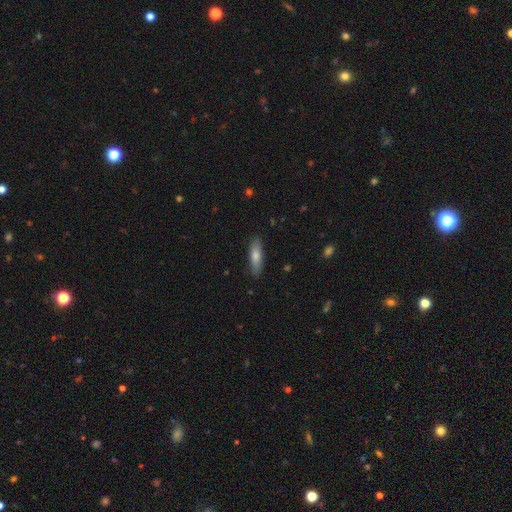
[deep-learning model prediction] This appears to be a smooth galaxy with no disk features (73%) that is cigar-shaped (59%). Merging: none (87%).